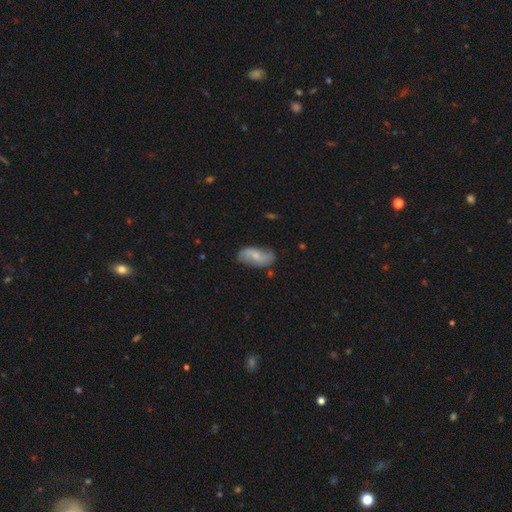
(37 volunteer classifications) Overall: featured or disk (68%). Edge-on disk: no (100%). Bar: no (52%; weak 48%). Spiral arms: yes (80%). Spiral arm count: 2 (85%). Spiral winding: loose (65%). Bulge size: small (64%; moderate 32%). Merging: none (86%).